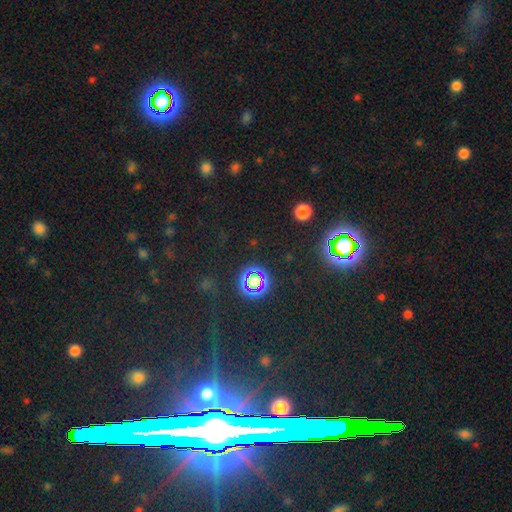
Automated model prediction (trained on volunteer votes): This appears to be a star or artifact, not a galaxy (75%).